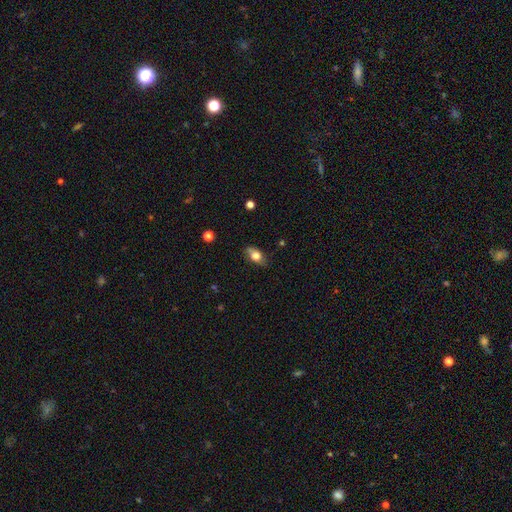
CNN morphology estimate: smooth-or-featured: smooth: 73% | featured or disk: 19% | star or artifact: 8%
  how-rounded: in between: 84% | round: 11% | cigar-shaped: 5%
  merging: none: 77% | minor disturbance: 18% | major disturbance: 4% | merger: 1%